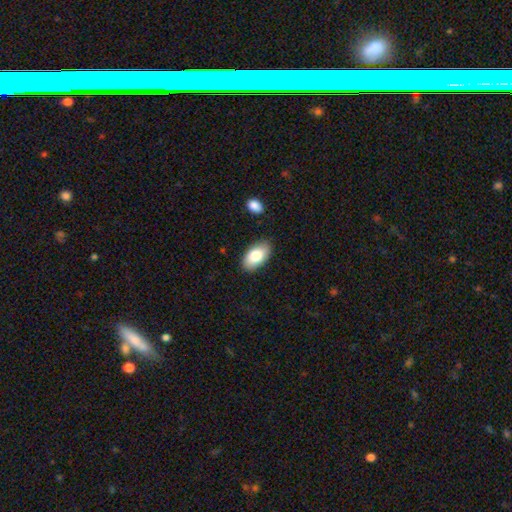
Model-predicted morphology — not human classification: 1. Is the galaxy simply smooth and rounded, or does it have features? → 80% smooth, 14% featured or disk, 6% star or artifact.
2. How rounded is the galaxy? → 94% in between, 4% round, 2% cigar-shaped.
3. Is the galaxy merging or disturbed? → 84% none, 11% minor disturbance, 2% major disturbance, 2% merger.